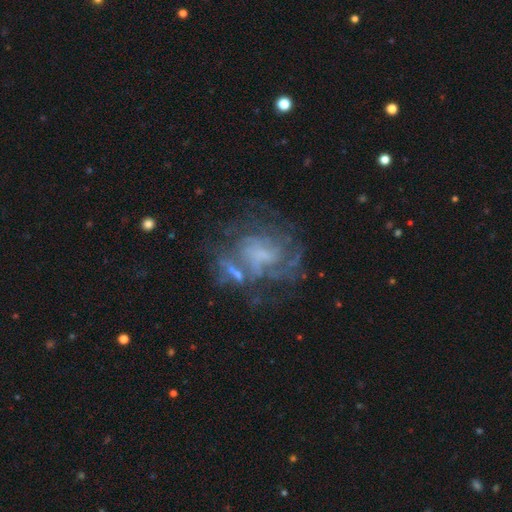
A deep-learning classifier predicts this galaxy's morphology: type=featured or disk (71%); edge-on=no (97%); bar=no (57%); spiral arms=yes (71%); bulge=small (36%); merging=none (48%).